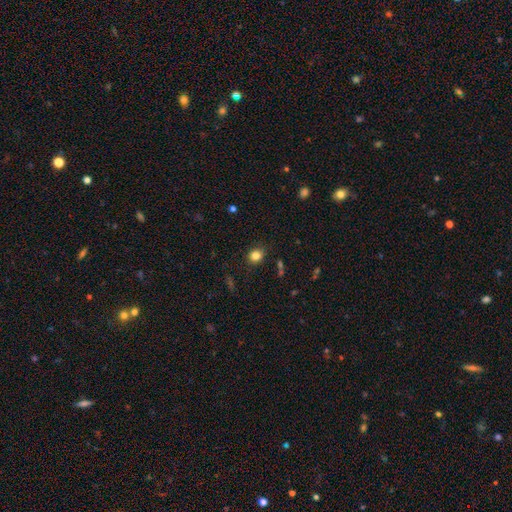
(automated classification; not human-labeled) A smooth galaxy with no disk features (83%) that is round (67%).

Vote fractions:
- Smooth or featured? smooth: 83% / star or artifact: 12% / featured or disk: 5%
- How rounded? round: 67% / in between: 32% / cigar-shaped: 1%
- Merging? none: 86% / minor disturbance: 10% / major disturbance: 3% / merger: 2%